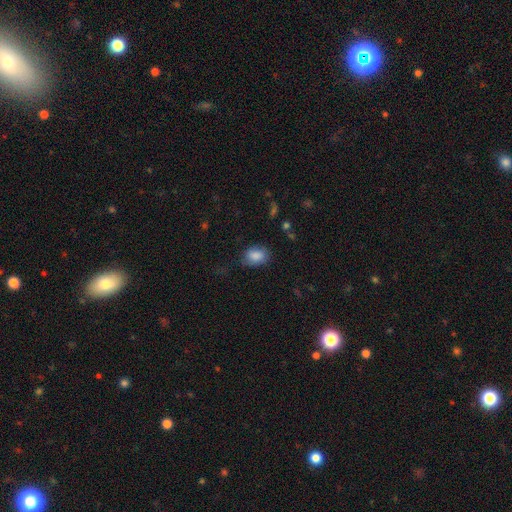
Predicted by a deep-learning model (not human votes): smooth 86%, star or artifact 8%, featured or disk 7%. Down the decision tree: how rounded — in between (76%); merging — none (65%).